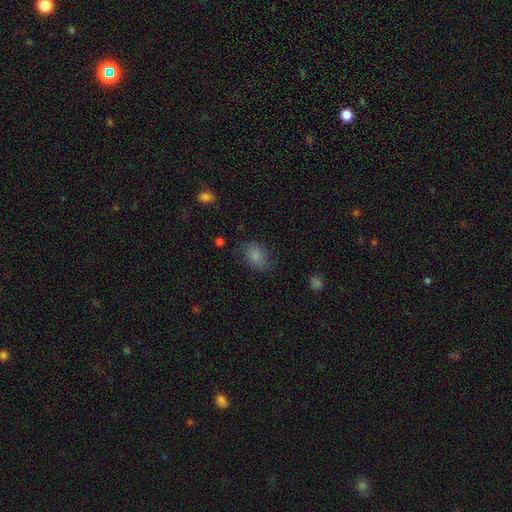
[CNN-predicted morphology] Smooth or featured?
  - smooth: 81% *
  - star or artifact: 10%
  - featured or disk: 9%
How rounded?
  - in between: 75% *
  - round: 24%
  - cigar-shaped: 1%
Merging?
  - none: 71% *
  - minor disturbance: 20%
  - major disturbance: 7%
  - merger: 1%